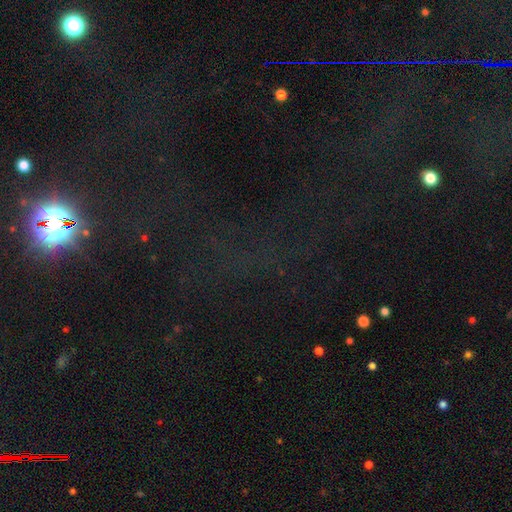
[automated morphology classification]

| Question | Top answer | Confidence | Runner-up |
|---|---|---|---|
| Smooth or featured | star or artifact | 73% | smooth (15%) |